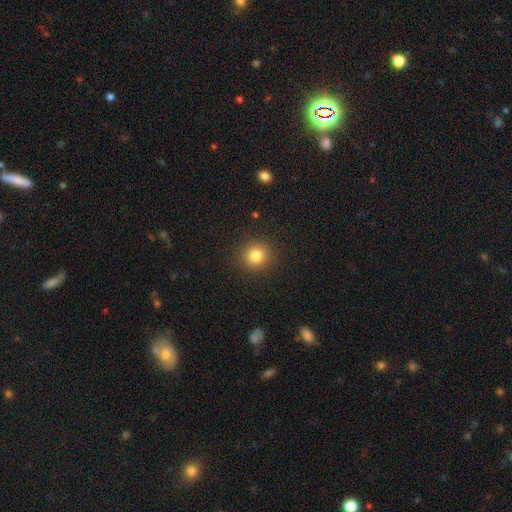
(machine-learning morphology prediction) type=smooth (82%); roundness=round (92%); merging=none (91%).